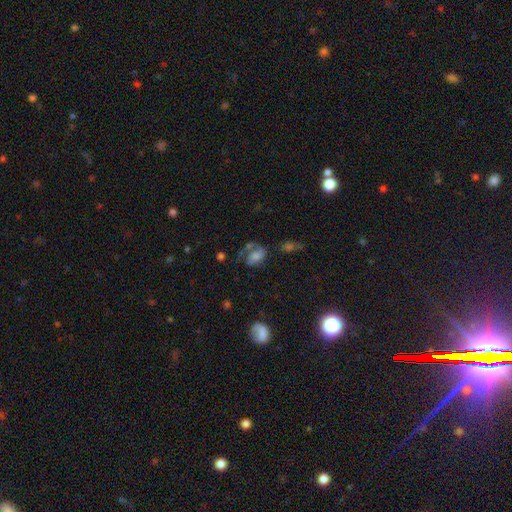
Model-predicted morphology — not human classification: Smooth or featured? featured or disk (47%)
Merging? none (38%)